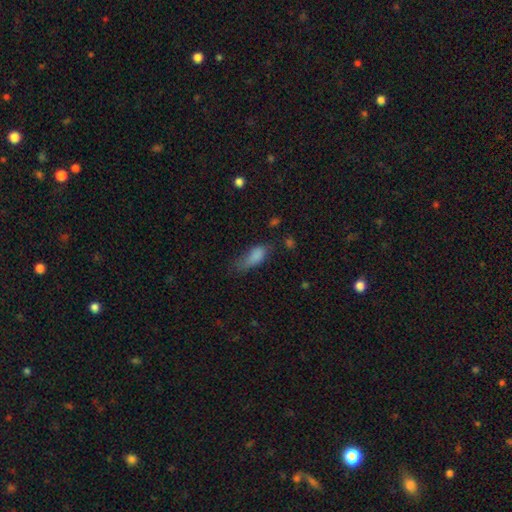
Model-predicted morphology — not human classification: Smooth or featured? Predicted: smooth (p=0.80). How rounded? Predicted: in between (p=0.82). Merging? Predicted: minor disturbance (p=0.36).